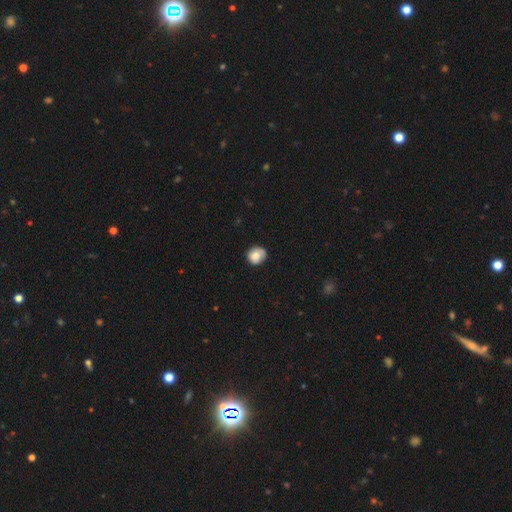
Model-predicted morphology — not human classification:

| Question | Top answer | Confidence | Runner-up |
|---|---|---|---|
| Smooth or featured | smooth | 81% | featured or disk (10%) |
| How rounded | round | 80% | in between (19%) |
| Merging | none | 71% | minor disturbance (23%) |